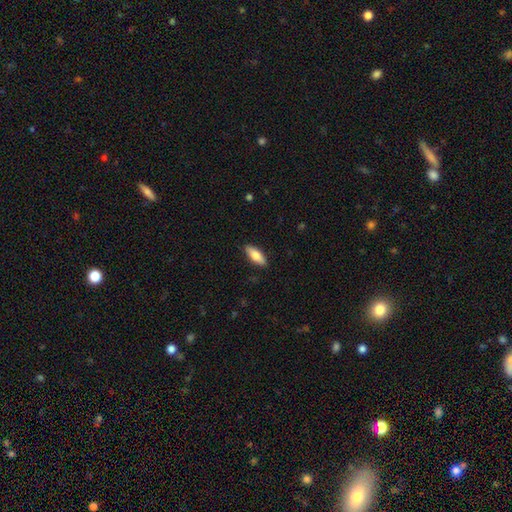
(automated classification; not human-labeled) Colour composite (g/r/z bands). It shows a smooth galaxy with no disk features (74%) that is in between round and cigar-shaped (69%). Merging: none (88%).